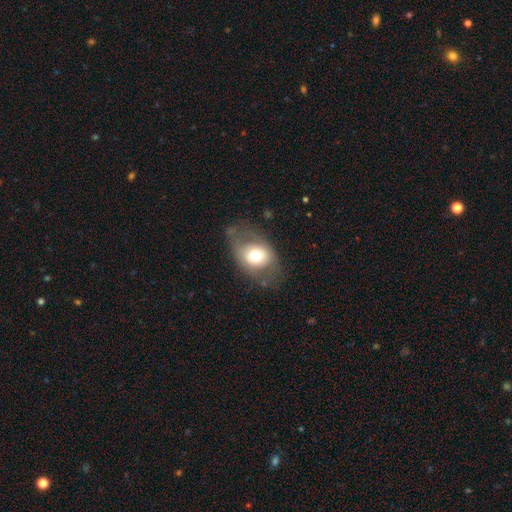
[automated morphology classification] Smooth or featured: smooth — 60% (featured or disk — 32%)
How rounded: in between — 71% (round — 28%)
Merging: none — 62% (minor disturbance — 22%)